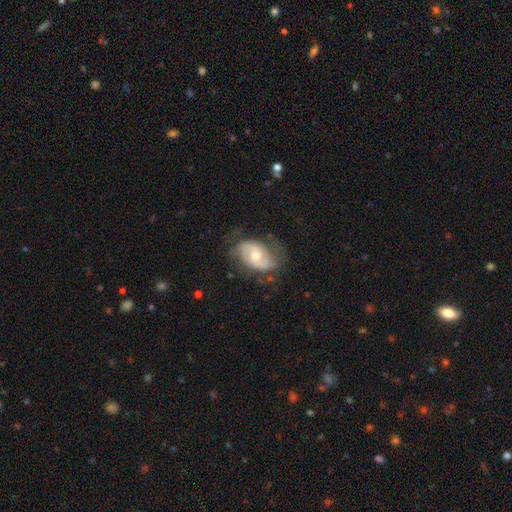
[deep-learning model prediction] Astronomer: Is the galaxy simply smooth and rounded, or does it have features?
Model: featured or disk — 67%.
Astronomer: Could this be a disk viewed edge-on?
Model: no — 95%.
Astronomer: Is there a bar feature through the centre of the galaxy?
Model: no — 59%.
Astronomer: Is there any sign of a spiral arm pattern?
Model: yes — 78%.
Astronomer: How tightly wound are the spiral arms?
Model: medium — 41% (runner-up: tight, 32%).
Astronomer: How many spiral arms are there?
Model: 2 — 72%.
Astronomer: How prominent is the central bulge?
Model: moderate — 61%.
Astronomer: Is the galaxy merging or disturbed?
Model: none — 65%.